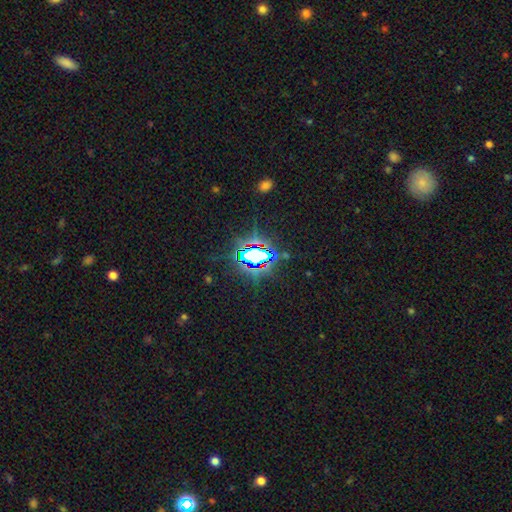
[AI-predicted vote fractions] This is likely a star or artifact rather than a galaxy (76%).